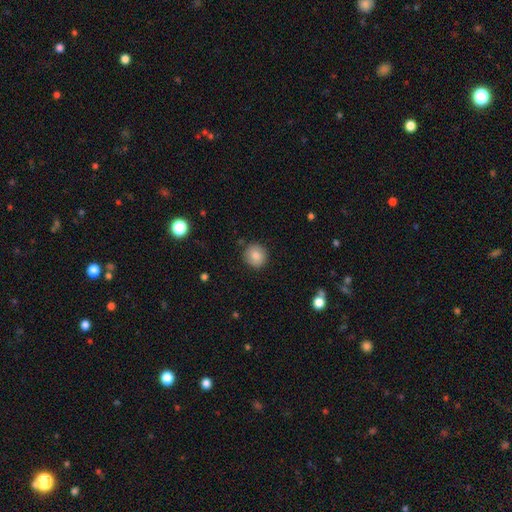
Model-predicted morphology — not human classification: type=smooth (83%); roundness=round (91%); merging=none (89%).